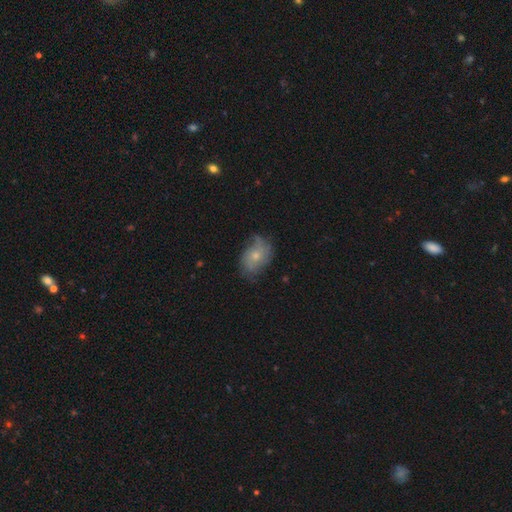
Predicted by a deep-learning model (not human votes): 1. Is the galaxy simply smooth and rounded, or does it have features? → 46% featured or disk, 45% smooth, 9% star or artifact.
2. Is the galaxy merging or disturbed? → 57% none, 30% minor disturbance, 11% major disturbance, 2% merger.